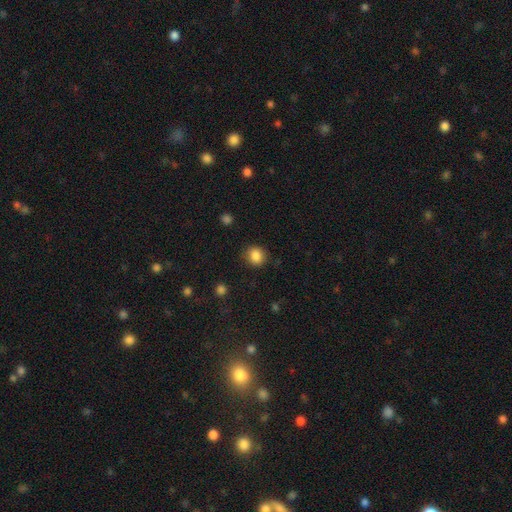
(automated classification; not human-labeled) The model was most divided on "how rounded": round: 75%, in between: 24%, cigar-shaped: 1%. More confident: smooth or featured — smooth (86%); merging — none (86%).